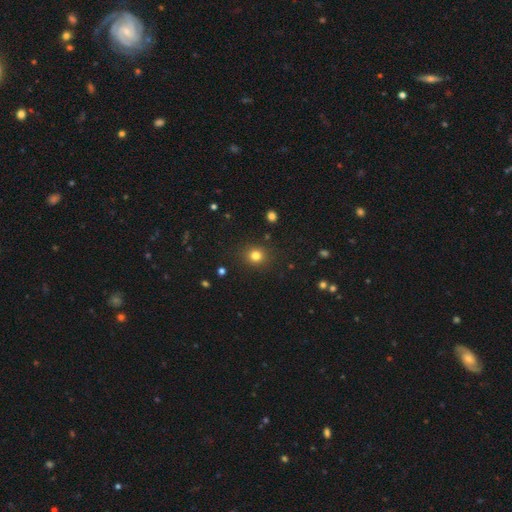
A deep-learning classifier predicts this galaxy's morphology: This is clearly a smooth galaxy (80%). How rounded: clearly round (85%). Merging: clearly none (88%).